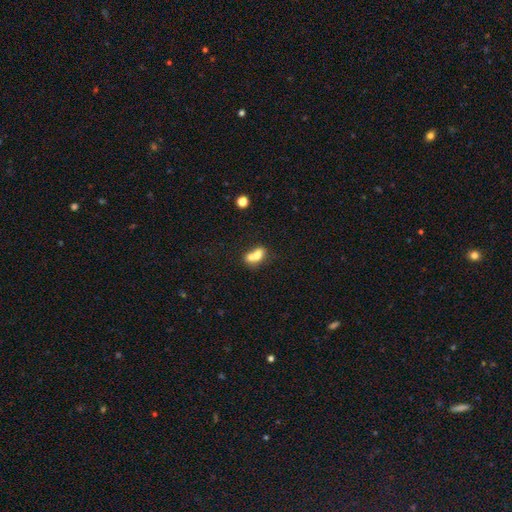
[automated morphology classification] smooth_or_featured: smooth (p=0.69) [alt: featured or disk p=0.21]
how_rounded: in between (p=0.64) [alt: round p=0.33]
merging: merger (p=0.69) [alt: none p=0.19]